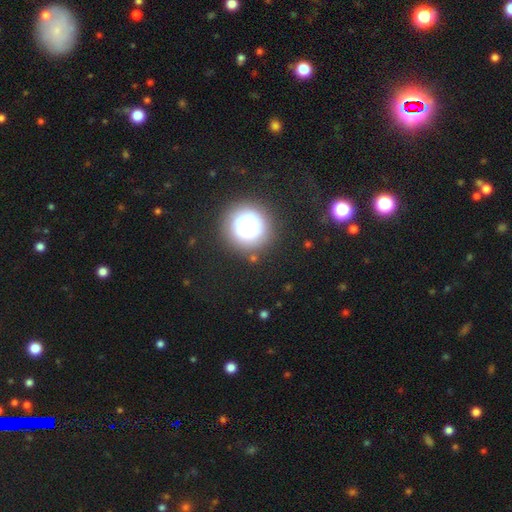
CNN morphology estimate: The model was most divided on "smooth or featured": smooth: 67%, star or artifact: 21%, featured or disk: 13%. More confident: how rounded — round (95%); merging — none (85%).